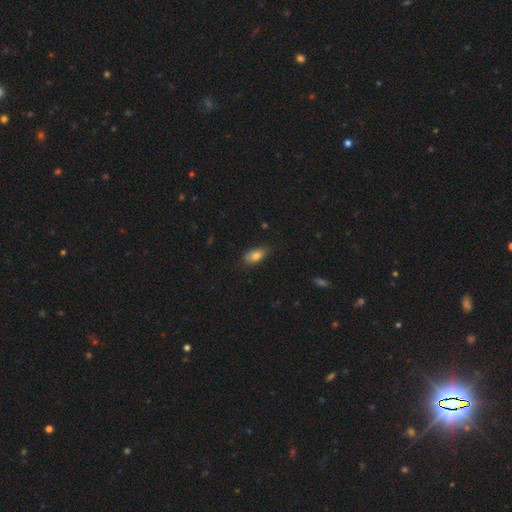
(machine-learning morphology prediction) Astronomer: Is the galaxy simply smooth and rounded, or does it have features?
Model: smooth — 83%.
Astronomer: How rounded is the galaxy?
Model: in between — 90%.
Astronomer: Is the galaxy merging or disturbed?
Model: none — 73%.